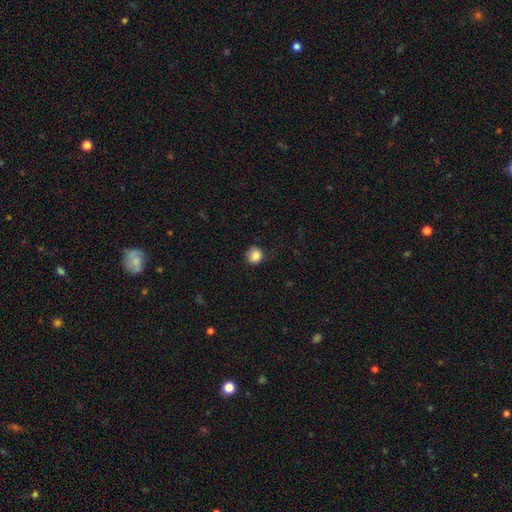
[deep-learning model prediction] This is clearly a smooth galaxy (85%). How rounded: clearly round (87%). Merging: clearly none (81%).